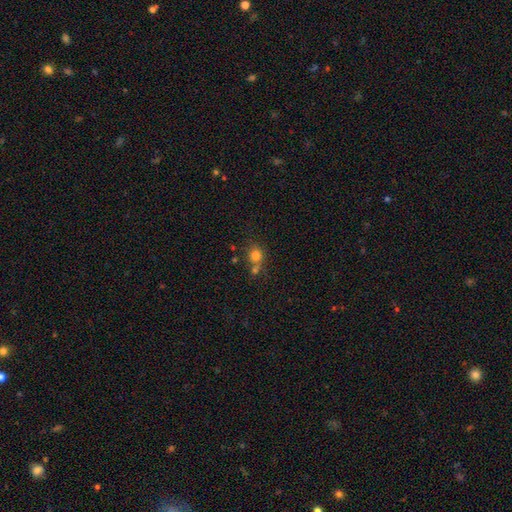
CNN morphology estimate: Smooth or featured?
  - smooth: 78% *
  - star or artifact: 13%
  - featured or disk: 9%
How rounded?
  - round: 83% *
  - in between: 16%
  - cigar-shaped: 1%
Merging?
  - none: 51% *
  - merger: 34%
  - minor disturbance: 10%
  - major disturbance: 4%